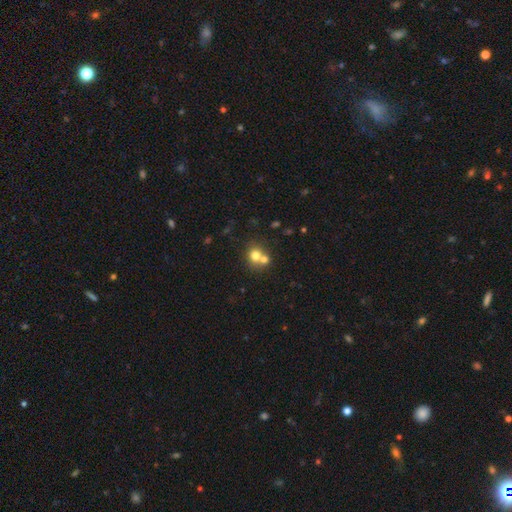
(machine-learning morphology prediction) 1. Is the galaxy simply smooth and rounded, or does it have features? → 72% smooth, 15% featured or disk, 13% star or artifact.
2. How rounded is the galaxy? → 80% round, 19% in between, 1% cigar-shaped.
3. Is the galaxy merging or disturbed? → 50% merger, 41% none, 6% minor disturbance, 3% major disturbance.